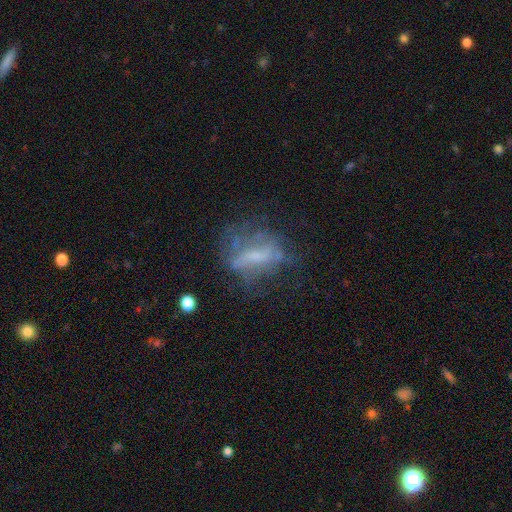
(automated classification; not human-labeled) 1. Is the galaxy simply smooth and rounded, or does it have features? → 56% featured or disk, 29% smooth, 15% star or artifact.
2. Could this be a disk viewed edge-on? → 88% no, 12% yes.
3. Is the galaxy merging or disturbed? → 47% none, 27% major disturbance, 22% minor disturbance, 4% merger.